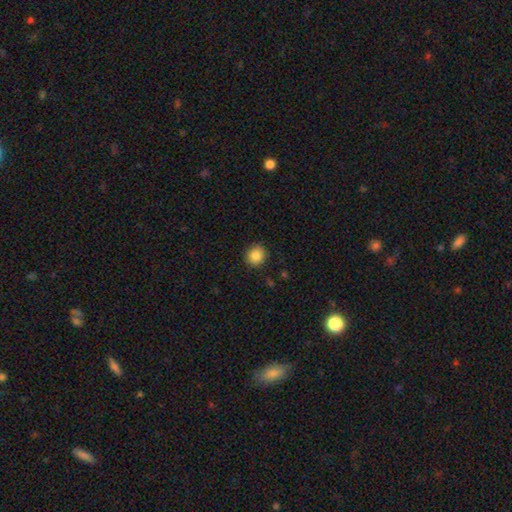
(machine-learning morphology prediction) Overall: smooth (85%). How rounded: round (89%). Merging: none (90%).